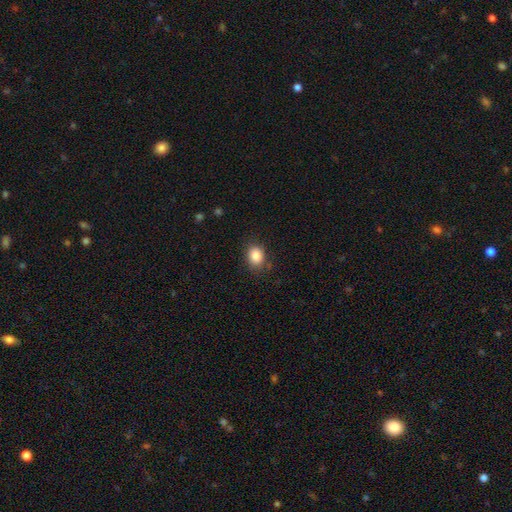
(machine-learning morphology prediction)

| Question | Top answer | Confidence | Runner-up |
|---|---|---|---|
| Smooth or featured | smooth | 86% | star or artifact (9%) |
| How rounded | in between | 54% | round (45%) |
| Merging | none | 81% | minor disturbance (14%) |